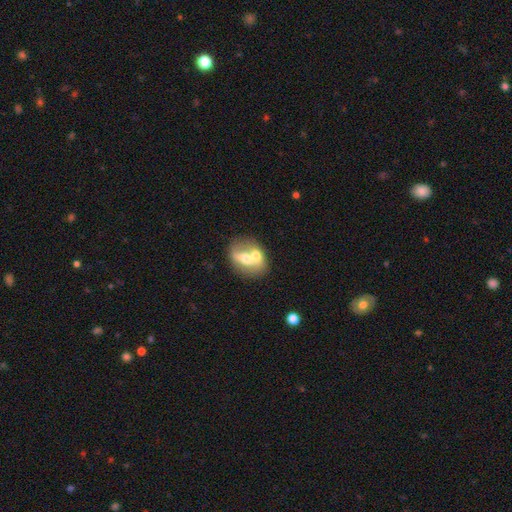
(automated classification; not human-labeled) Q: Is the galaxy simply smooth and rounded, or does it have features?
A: smooth — 53%.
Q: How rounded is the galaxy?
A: in between — 59%.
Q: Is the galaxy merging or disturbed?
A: merger — 56%.